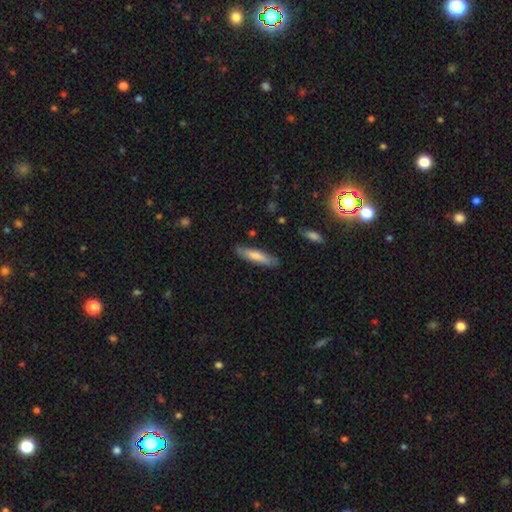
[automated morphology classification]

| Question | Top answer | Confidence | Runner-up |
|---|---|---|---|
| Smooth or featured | smooth | 72% | featured or disk (22%) |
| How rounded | cigar-shaped | 81% | in between (18%) |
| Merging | none | 85% | minor disturbance (11%) |